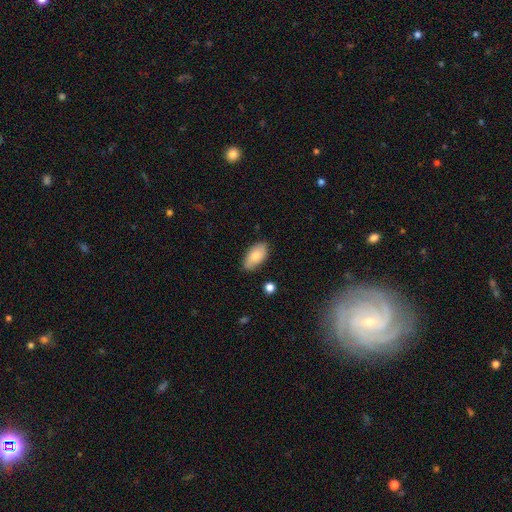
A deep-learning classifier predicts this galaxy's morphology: smooth 80%, featured or disk 13%, star or artifact 7%. Down the decision tree: how rounded — in between (94%); merging — none (81%).